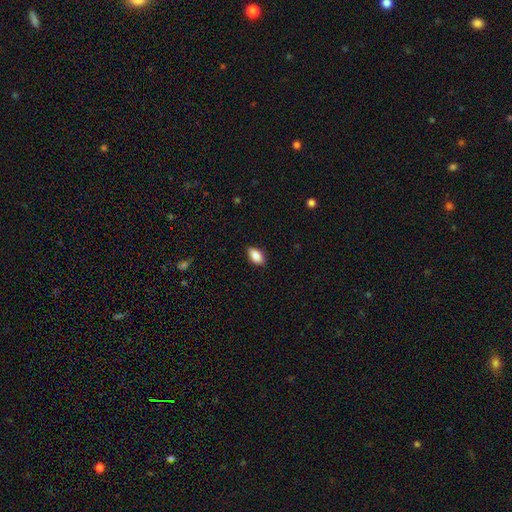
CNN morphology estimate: This is clearly a smooth galaxy (88%). How rounded: clearly in between (92%). Merging: clearly none (86%).